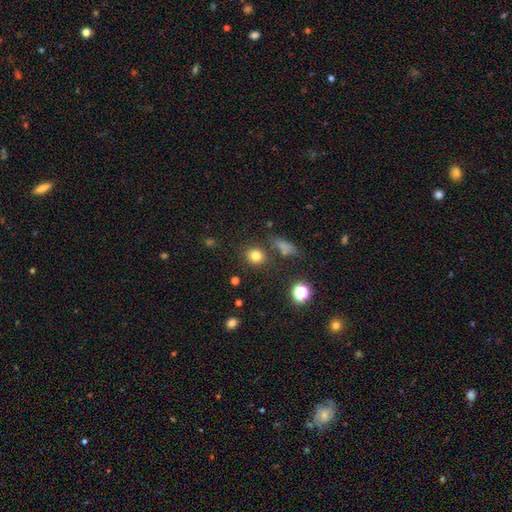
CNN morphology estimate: Smooth or featured? Predicted: smooth (p=0.78). How rounded? Predicted: round (p=0.77). Merging? Predicted: none (p=0.80).